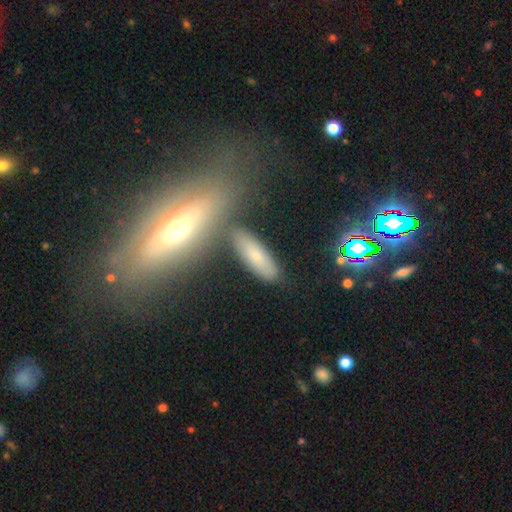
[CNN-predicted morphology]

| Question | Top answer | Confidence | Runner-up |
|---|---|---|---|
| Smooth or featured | smooth | 69% | featured or disk (22%) |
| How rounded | in between | 50% | cigar-shaped (47%) |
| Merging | none | 73% | minor disturbance (13%) |